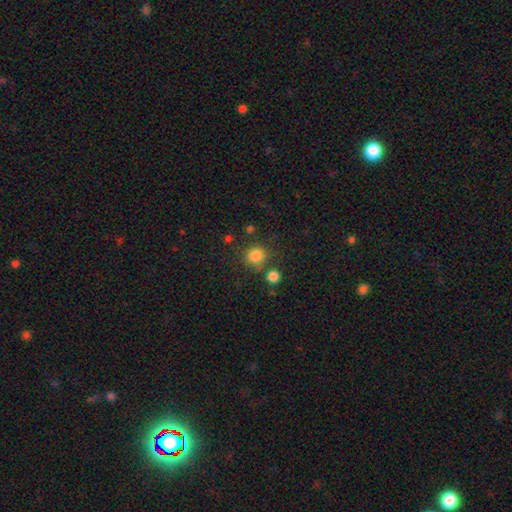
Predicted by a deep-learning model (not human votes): A smooth galaxy with no disk features (83%) that is round (88%). Merging: none (73%).